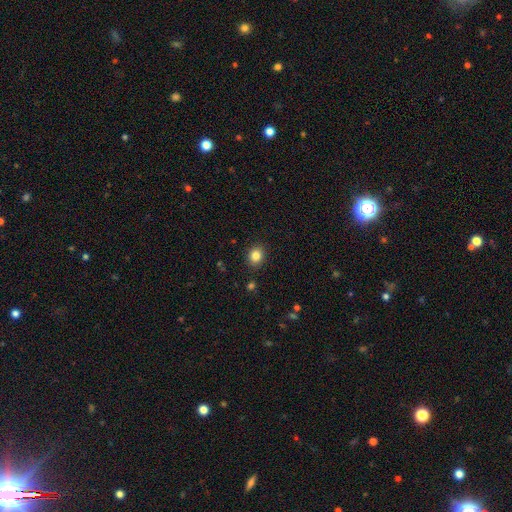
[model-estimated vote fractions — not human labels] Smooth or featured: smooth — 84% (star or artifact — 11%)
How rounded: round — 63% (in between — 36%)
Merging: none — 89% (minor disturbance — 7%)